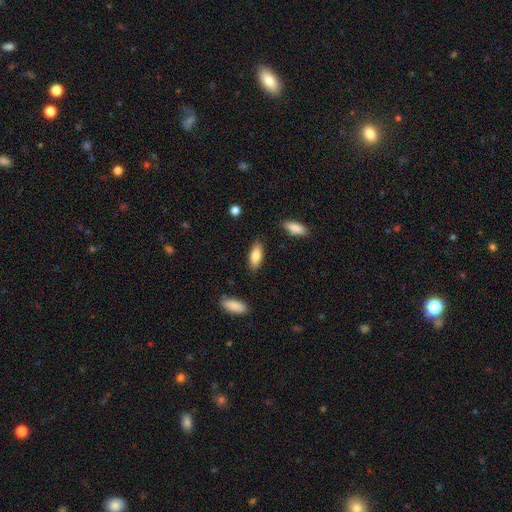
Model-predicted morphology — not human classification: smooth 81%, featured or disk 13%, star or artifact 6%. Down the decision tree: how rounded — in between (76%); merging — none (85%).